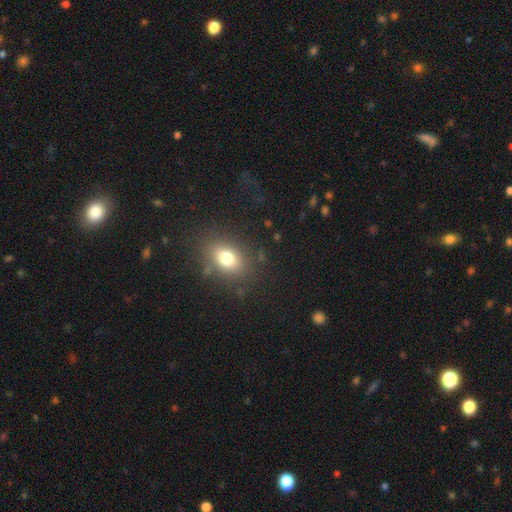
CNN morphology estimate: Smooth or featured?
  - smooth: 63% *
  - star or artifact: 27%
  - featured or disk: 10%
How rounded?
  - round: 56% *
  - in between: 42%
  - cigar-shaped: 1%
Merging?
  - none: 87% *
  - minor disturbance: 9%
  - major disturbance: 3%
  - merger: 2%